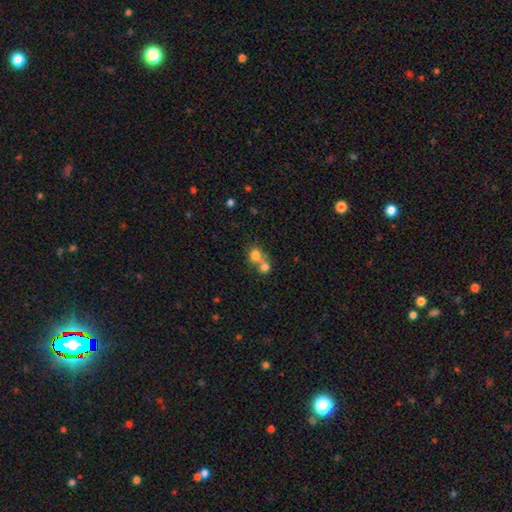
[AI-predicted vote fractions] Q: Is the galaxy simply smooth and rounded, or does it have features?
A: smooth — 73%.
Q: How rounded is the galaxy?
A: round — 80%.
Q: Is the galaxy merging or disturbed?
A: merger — 58%.